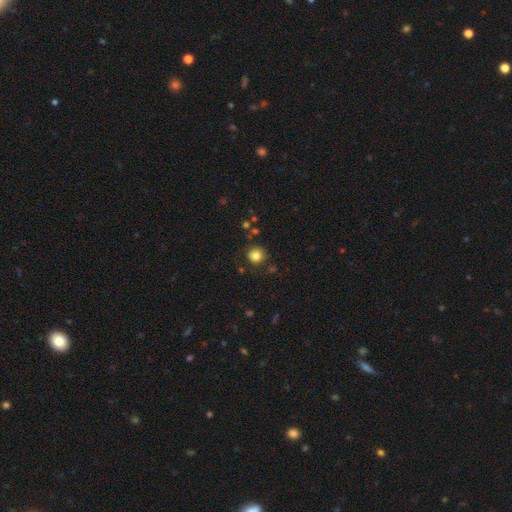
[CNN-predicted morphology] type=smooth (83%); roundness=round (93%); merging=none (85%).